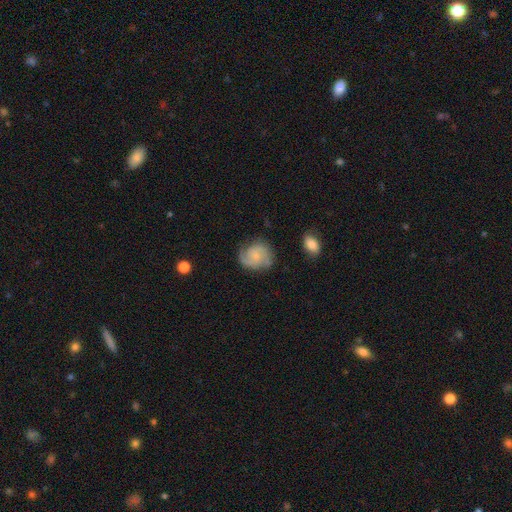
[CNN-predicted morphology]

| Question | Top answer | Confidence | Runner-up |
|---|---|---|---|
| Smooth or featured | featured or disk | 71% | smooth (23%) |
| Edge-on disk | no | 98% | yes (2%) |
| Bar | no | 67% | weak (29%) |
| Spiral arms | yes | 94% | no (6%) |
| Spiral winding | medium | 44% | tight (38%) |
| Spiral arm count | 2 | 67% | can't tell (12%) |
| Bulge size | small | 70% | moderate (19%) |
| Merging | none | 69% | minor disturbance (20%) |